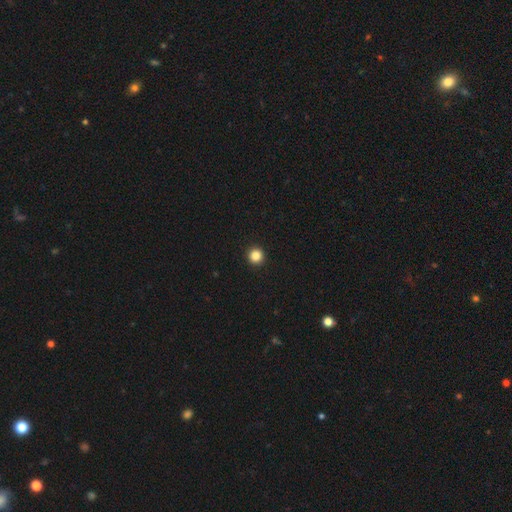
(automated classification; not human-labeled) Morphology: type=smooth (85%); roundness=round (96%); merging=none (95%).